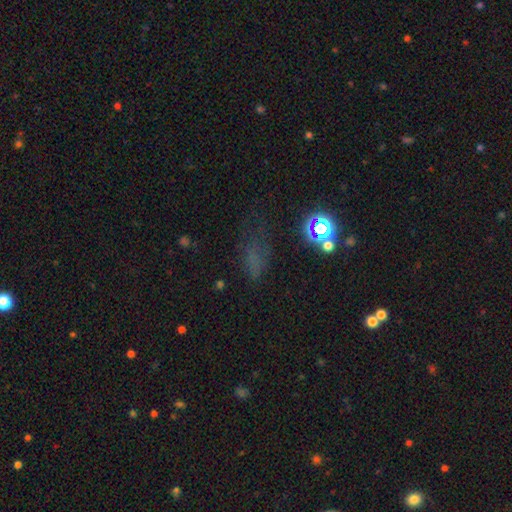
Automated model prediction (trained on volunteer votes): A smooth galaxy with no disk features (45%). Merging: none (48%).